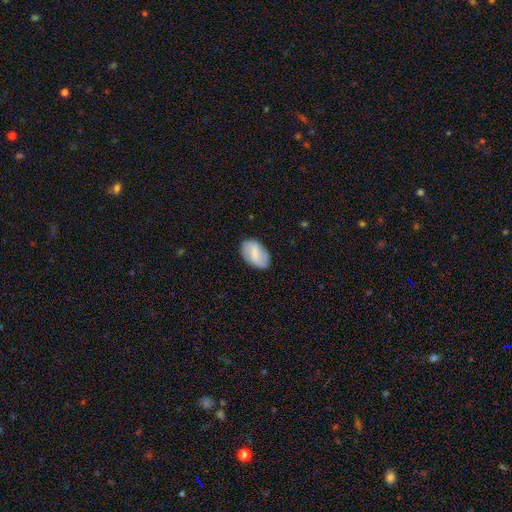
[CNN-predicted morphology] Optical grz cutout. It shows a smooth galaxy with no disk features (54%) that is in between round and cigar-shaped (91%). Merging: none (81%).